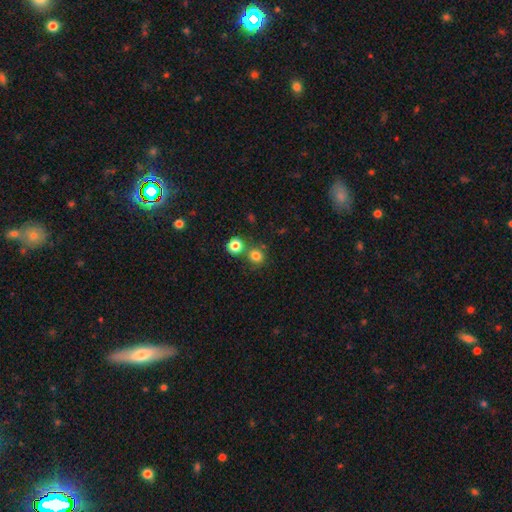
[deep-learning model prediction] This appears to be a smooth galaxy with no disk features (79%) that is round (88%). Merging: none (68%).